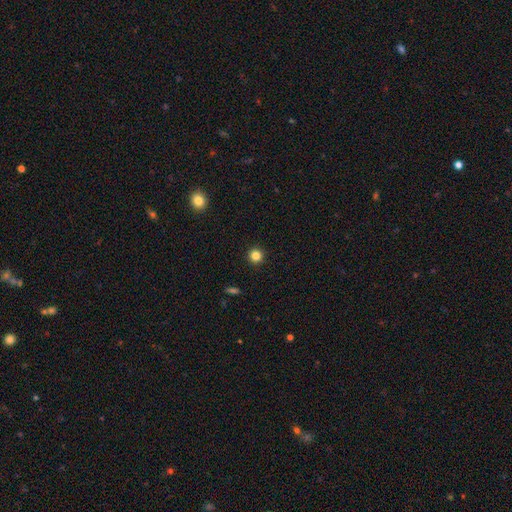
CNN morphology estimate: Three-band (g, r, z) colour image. It shows a smooth galaxy with no disk features (83%) that is round (96%). Merging: none (93%).